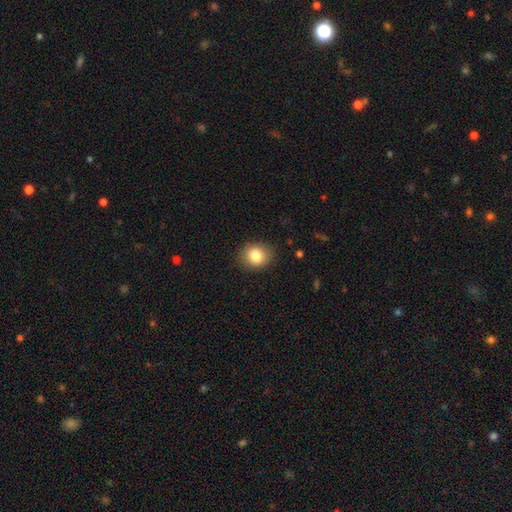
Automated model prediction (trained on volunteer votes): This is clearly a smooth galaxy (83%). How rounded: likely round (65%). Merging: clearly none (87%).